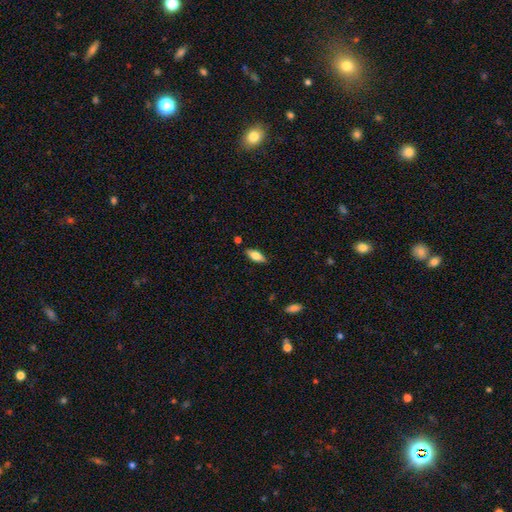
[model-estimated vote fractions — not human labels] smooth-or-featured: smooth: 65% | featured or disk: 28% | star or artifact: 7%
  how-rounded: in between: 75% | cigar-shaped: 23% | round: 2%
  merging: none: 84% | minor disturbance: 12% | major disturbance: 2% | merger: 2%